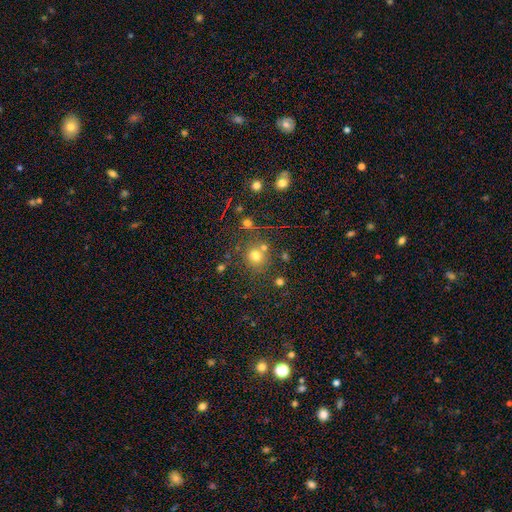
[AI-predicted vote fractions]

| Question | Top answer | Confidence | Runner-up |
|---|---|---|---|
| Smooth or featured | smooth | 71% | star or artifact (20%) |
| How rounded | round | 87% | in between (12%) |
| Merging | none | 69% | merger (15%) |